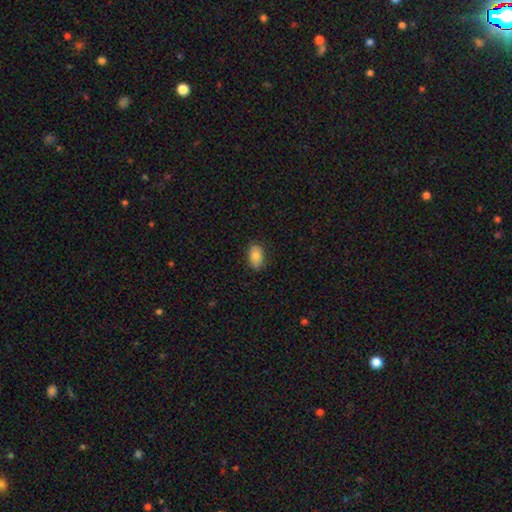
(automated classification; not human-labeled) Smooth or featured? smooth (81%)
How rounded? in between (89%)
Merging? none (85%)